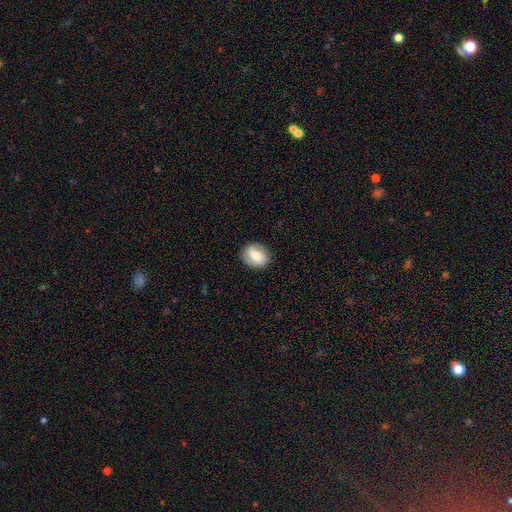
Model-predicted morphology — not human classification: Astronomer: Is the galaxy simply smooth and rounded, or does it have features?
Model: smooth — 56% (runner-up: featured or disk, 36%).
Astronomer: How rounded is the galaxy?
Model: round — 58% (runner-up: in between, 40%).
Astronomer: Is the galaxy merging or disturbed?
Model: none — 85%.